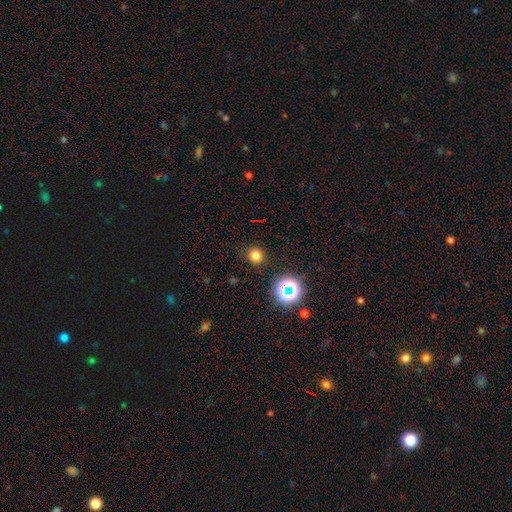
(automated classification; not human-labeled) Smooth or featured?
  - smooth: 75% *
  - star or artifact: 20%
  - featured or disk: 5%
How rounded?
  - round: 92% *
  - in between: 7%
  - cigar-shaped: 1%
Merging?
  - none: 90% *
  - minor disturbance: 6%
  - major disturbance: 3%
  - merger: 1%